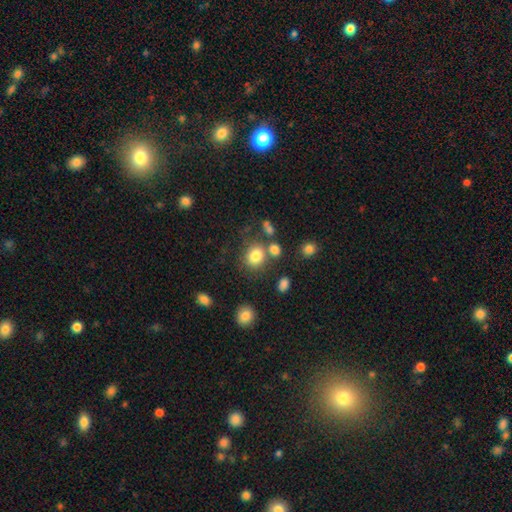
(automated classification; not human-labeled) A smooth galaxy with no disk features (80%) that is round (70%).

Vote fractions:
- Smooth or featured? smooth: 80% / star or artifact: 12% / featured or disk: 8%
- How rounded? round: 70% / in between: 29% / cigar-shaped: 1%
- Merging? none: 67% / merger: 16% / minor disturbance: 12% / major disturbance: 6%